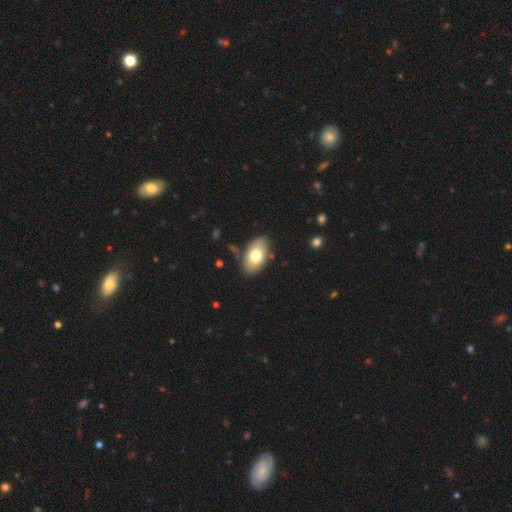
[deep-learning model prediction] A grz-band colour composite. It shows a smooth galaxy with no disk features (70%) that is in between round and cigar-shaped (93%). Merging: none (83%).